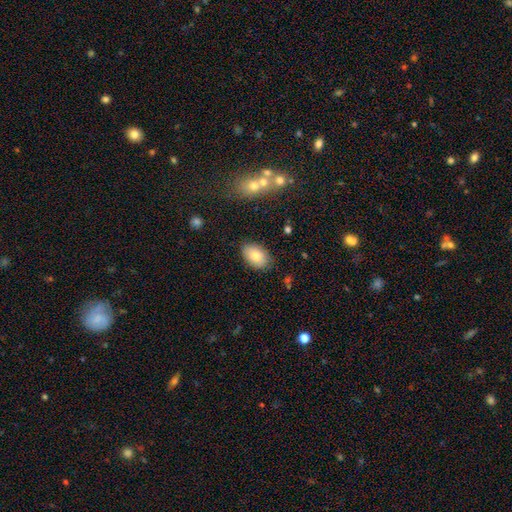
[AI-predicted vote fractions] smooth 81%, featured or disk 12%, star or artifact 8%. Down the decision tree: how rounded — in between (89%); merging — none (83%).